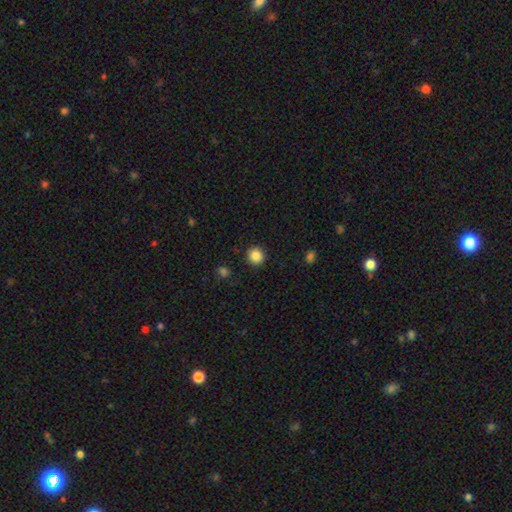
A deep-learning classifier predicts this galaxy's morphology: type=smooth (86%); roundness=round (92%); merging=none (91%).